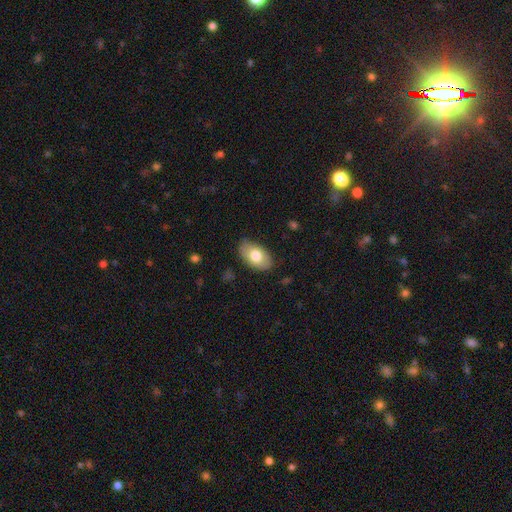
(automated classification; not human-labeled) smooth 74%, featured or disk 19%, star or artifact 6%. Down the decision tree: how rounded — in between (92%); merging — none (81%).